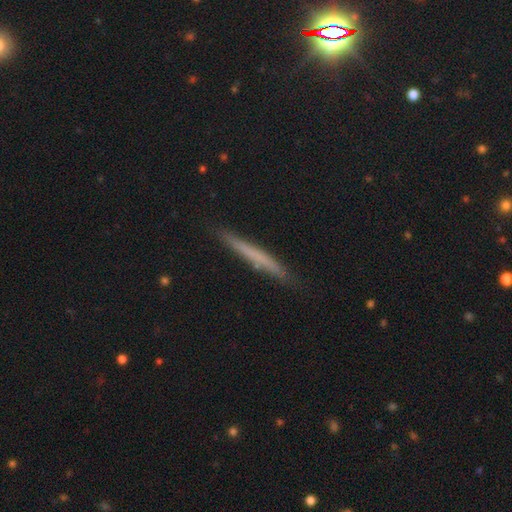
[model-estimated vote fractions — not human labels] Q: Smooth or featured?
A: smooth (52%); runner-up: featured or disk (40%)
Q: How rounded?
A: cigar-shaped (97%); runner-up: in between (2%)
Q: Merging?
A: none (88%); runner-up: minor disturbance (9%)